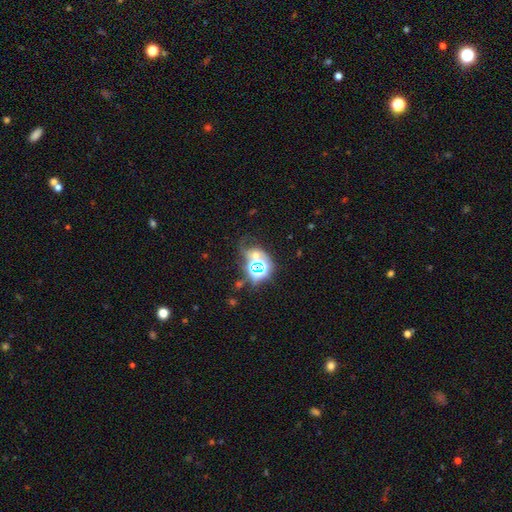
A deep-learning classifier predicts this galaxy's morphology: A star or artifact, not a galaxy (53%).

Vote fractions:
- Smooth or featured? star or artifact: 53% / smooth: 27% / featured or disk: 21%